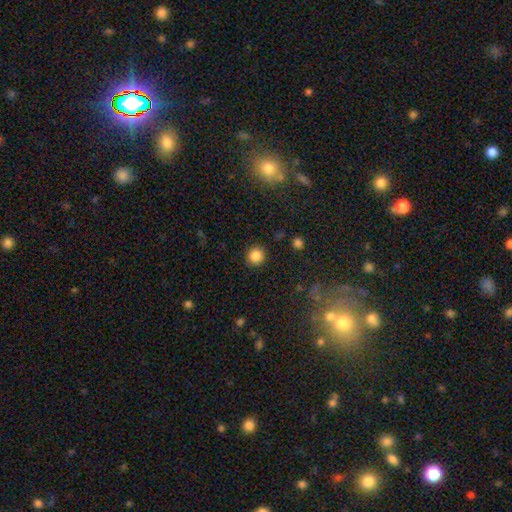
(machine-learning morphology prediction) smooth_or_featured: smooth (p=0.85) [alt: star or artifact p=0.11]
how_rounded: round (p=0.93) [alt: in between p=0.06]
merging: none (p=0.91) [alt: minor disturbance p=0.06]